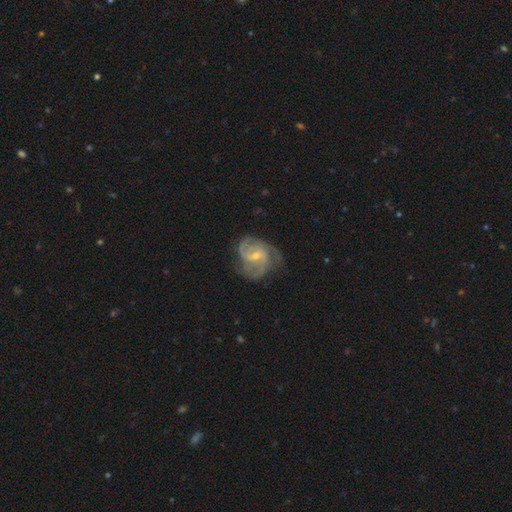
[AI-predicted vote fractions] Smooth or featured? featured or disk (88%)
Edge-on disk? no (98%)
Bar? weak (51%)
Spiral arms? yes (97%)
Spiral winding? medium (51%)
Spiral arm count? 3 (40%)
Bulge size? small (60%)
Merging? none (70%)